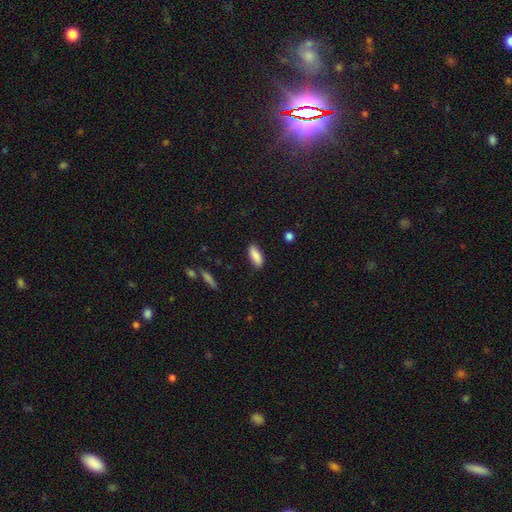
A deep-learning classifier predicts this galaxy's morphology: This appears to be a smooth galaxy with no disk features (87%) that is in between round and cigar-shaped (75%). Merging: none (86%).